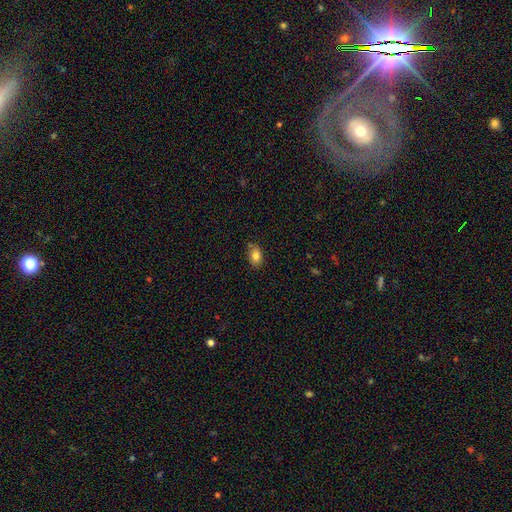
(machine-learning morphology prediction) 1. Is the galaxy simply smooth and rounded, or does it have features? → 83% smooth, 10% star or artifact, 8% featured or disk.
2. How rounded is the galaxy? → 78% in between, 20% round, 1% cigar-shaped.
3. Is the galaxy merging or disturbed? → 76% none, 17% minor disturbance, 4% merger, 3% major disturbance.